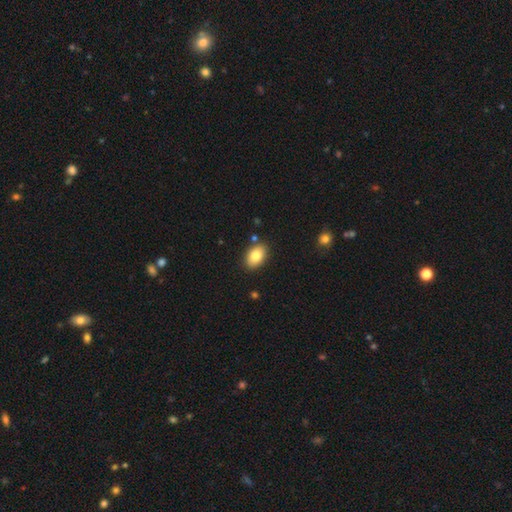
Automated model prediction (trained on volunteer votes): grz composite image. It shows a smooth galaxy with no disk features (82%) that is in between round and cigar-shaped (89%). Merging: none (85%).